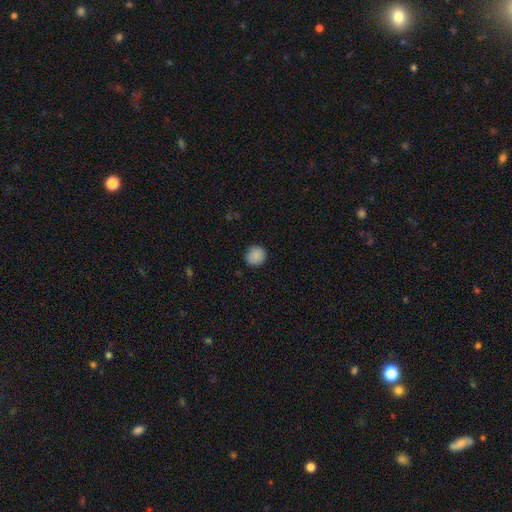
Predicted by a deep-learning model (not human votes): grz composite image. It shows a smooth galaxy with no disk features (89%) that is round (92%). Merging: none (90%).